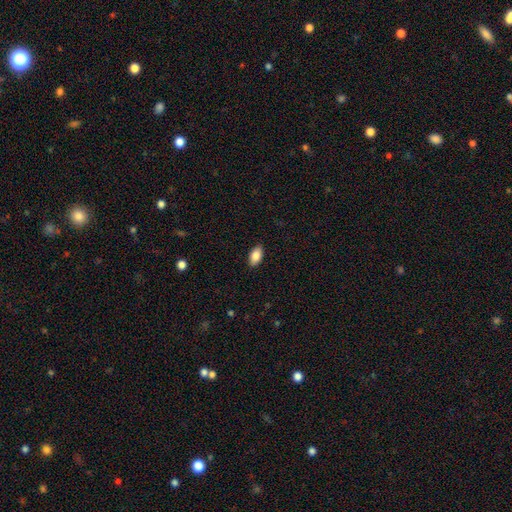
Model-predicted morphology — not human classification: A smooth galaxy with no disk features (85%) that is in between round and cigar-shaped (92%).

Vote fractions:
- Smooth or featured? smooth: 85% / featured or disk: 8% / star or artifact: 7%
- How rounded? in between: 92% / cigar-shaped: 4% / round: 4%
- Merging? none: 88% / minor disturbance: 9% / major disturbance: 2% / merger: 1%